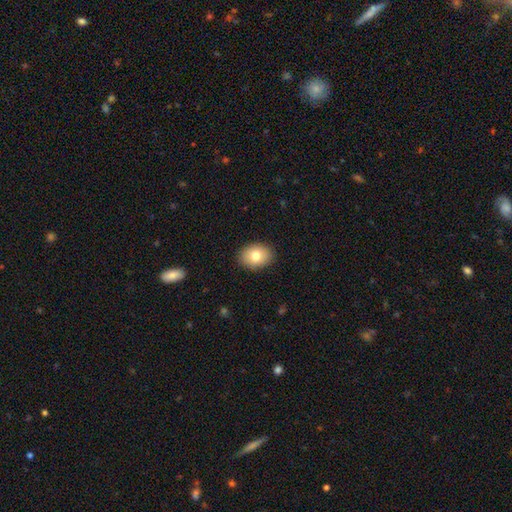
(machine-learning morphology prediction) This is likely a smooth galaxy (78%). How rounded: likely in between (69%). Merging: clearly none (89%).